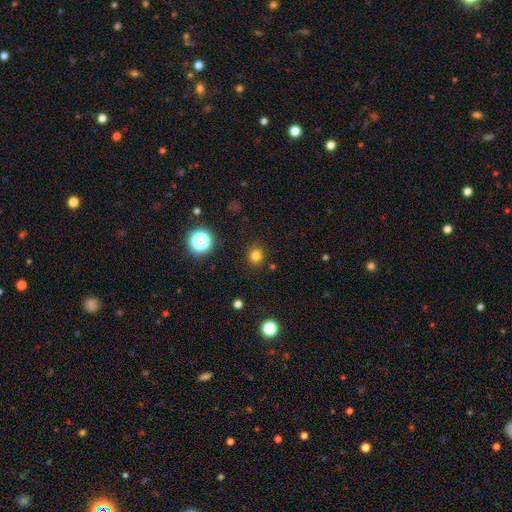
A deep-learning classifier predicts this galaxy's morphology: Smooth or featured?
  - smooth: 78% *
  - star or artifact: 16%
  - featured or disk: 5%
How rounded?
  - round: 87% *
  - in between: 12%
  - cigar-shaped: 1%
Merging?
  - none: 89% *
  - minor disturbance: 7%
  - major disturbance: 2%
  - merger: 1%